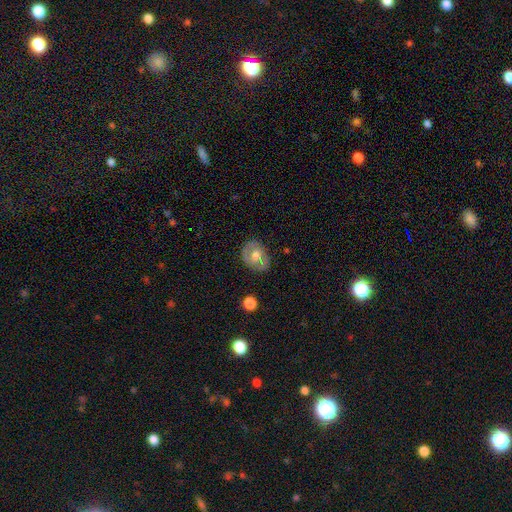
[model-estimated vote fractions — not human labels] Overall: featured or disk (52%; smooth 41%). Edge-on disk: no (95%). Merging: none (74%).